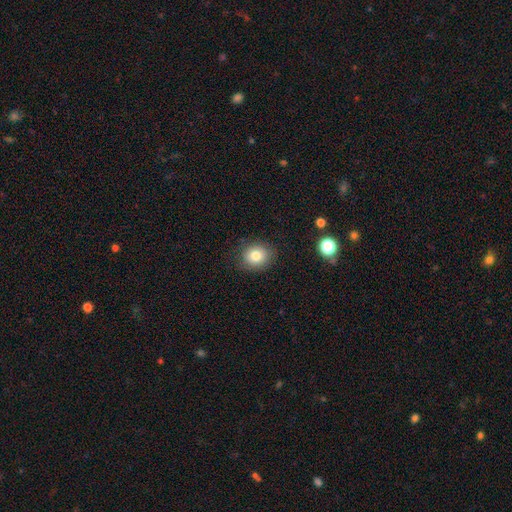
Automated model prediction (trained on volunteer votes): This appears to be a smooth galaxy with no disk features (80%) that is round (71%). Merging: none (85%).